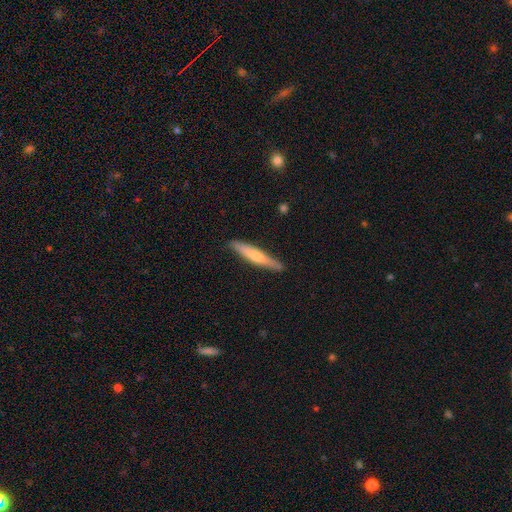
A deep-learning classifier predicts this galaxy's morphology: smooth_or_featured: smooth (p=0.57) [alt: featured or disk p=0.38]
how_rounded: cigar-shaped (p=0.93) [alt: in between p=0.06]
merging: none (p=0.89) [alt: minor disturbance p=0.08]